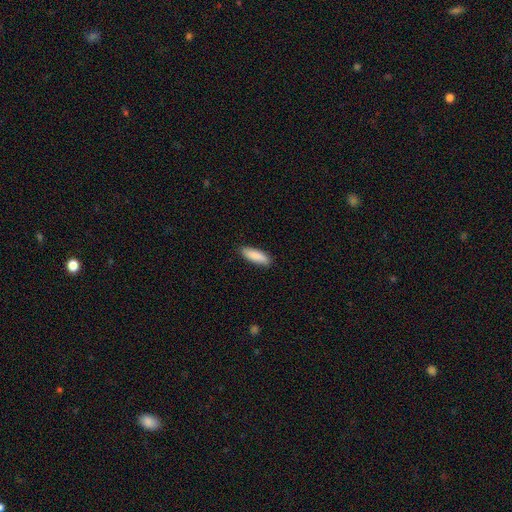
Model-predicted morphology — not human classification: A smooth galaxy with no disk features (89%) that is in between round and cigar-shaped (50%).

Vote fractions:
- Smooth or featured? smooth: 89% / star or artifact: 5% / featured or disk: 5%
- How rounded? in between: 50% / cigar-shaped: 49% / round: 2%
- Merging? none: 88% / minor disturbance: 9% / major disturbance: 2% / merger: 1%